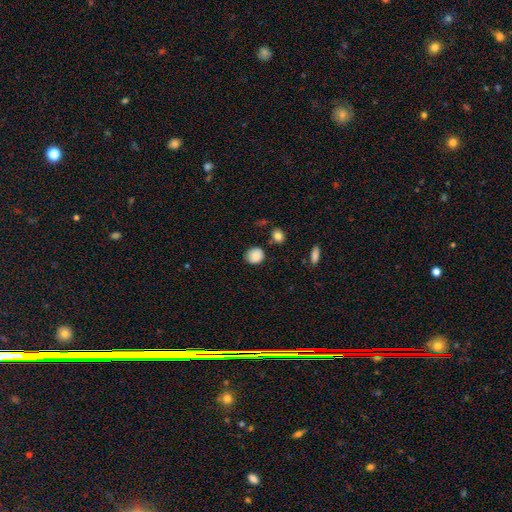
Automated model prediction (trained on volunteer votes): Q: Smooth or featured?
A: smooth (87%); runner-up: star or artifact (8%)
Q: How rounded?
A: round (77%); runner-up: in between (22%)
Q: Merging?
A: none (79%); runner-up: minor disturbance (15%)